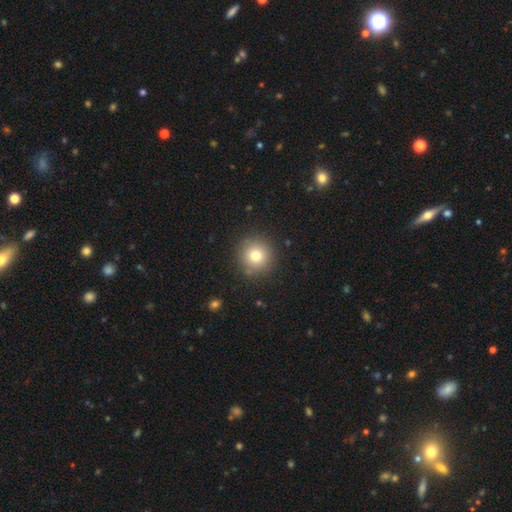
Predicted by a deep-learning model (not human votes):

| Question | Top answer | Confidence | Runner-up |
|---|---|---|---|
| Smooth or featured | smooth | 77% | star or artifact (13%) |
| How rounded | round | 95% | in between (4%) |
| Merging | none | 88% | minor disturbance (7%) |